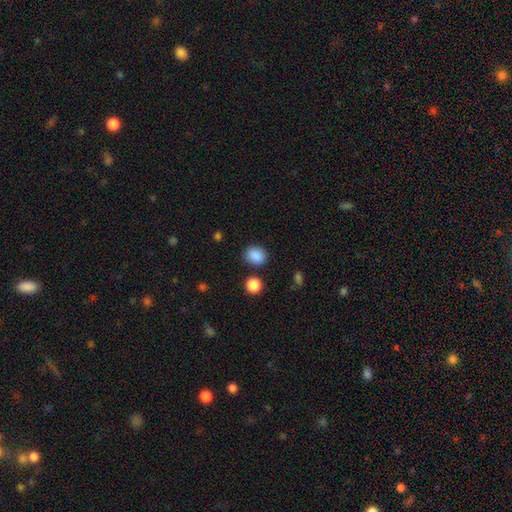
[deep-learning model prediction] A smooth galaxy with no disk features (88%) that is round (61%).

Vote fractions:
- Smooth or featured? smooth: 88% / star or artifact: 9% / featured or disk: 3%
- How rounded? round: 61% / in between: 38% / cigar-shaped: 1%
- Merging? none: 83% / minor disturbance: 10% / merger: 4% / major disturbance: 3%